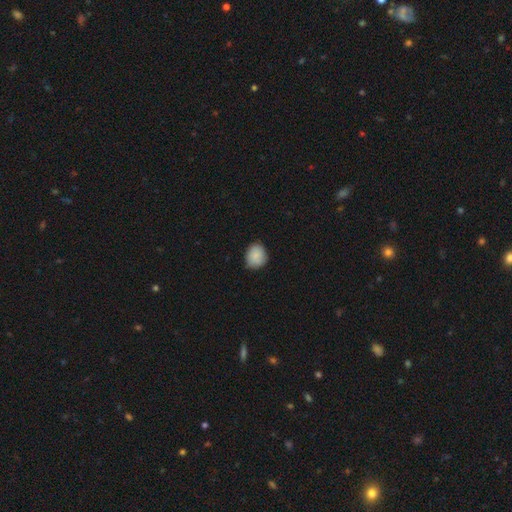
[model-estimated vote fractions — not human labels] Smooth or featured? Predicted: smooth (p=0.87). How rounded? Predicted: round (p=0.68). Merging? Predicted: none (p=0.79).